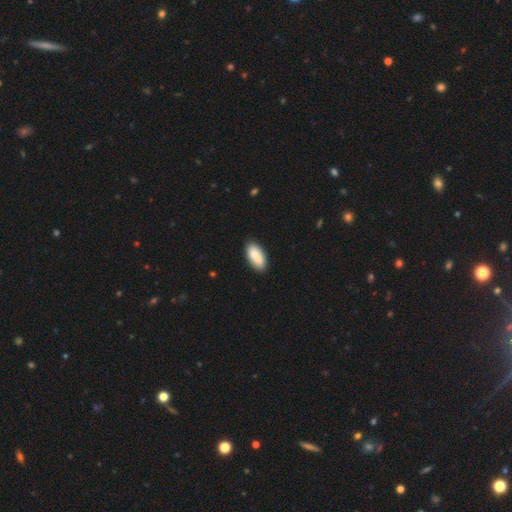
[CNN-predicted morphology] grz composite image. It shows a smooth galaxy with no disk features (84%) that is in between round and cigar-shaped (89%). Merging: none (84%).